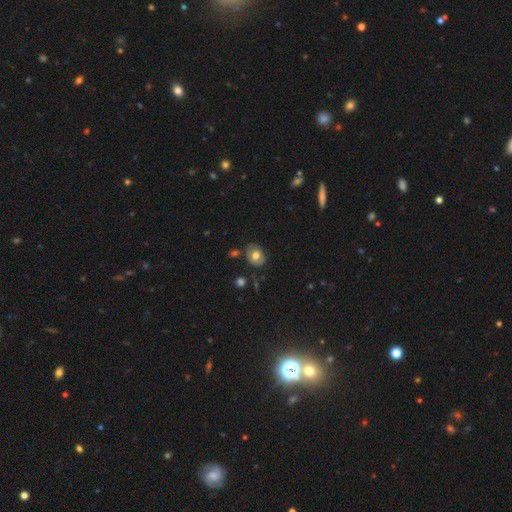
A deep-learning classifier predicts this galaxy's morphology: smooth 67%, featured or disk 25%, star or artifact 8%. Down the decision tree: how rounded — in between (56%); merging — none (77%).